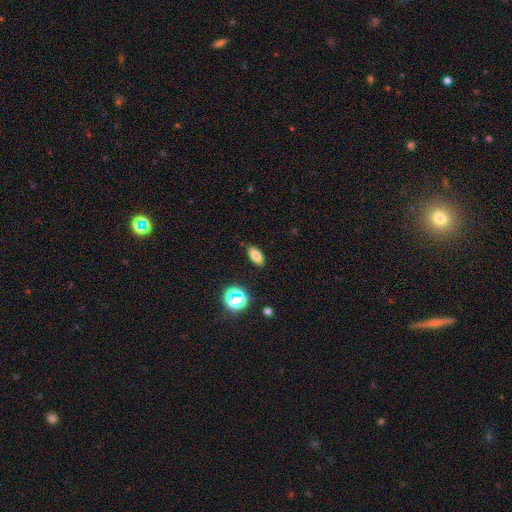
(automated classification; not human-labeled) The model was most divided on "smooth or featured": smooth: 77%, star or artifact: 14%, featured or disk: 10%. More confident: merging — none (87%); how rounded — in between (81%).